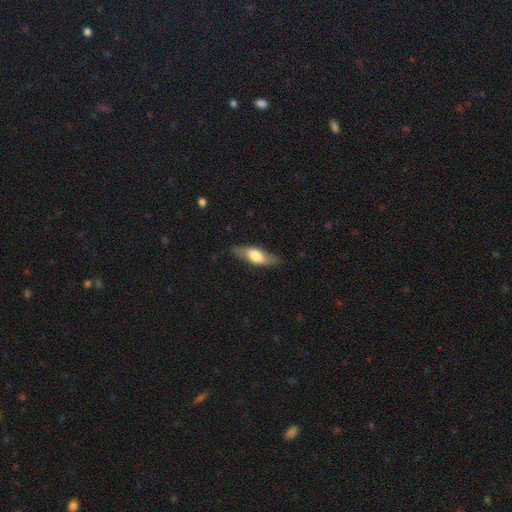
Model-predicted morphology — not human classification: smooth_or_featured: smooth (p=0.58) [alt: featured or disk p=0.36]
how_rounded: in between (p=0.58) [alt: cigar-shaped p=0.39]
merging: none (p=0.83) [alt: minor disturbance p=0.13]